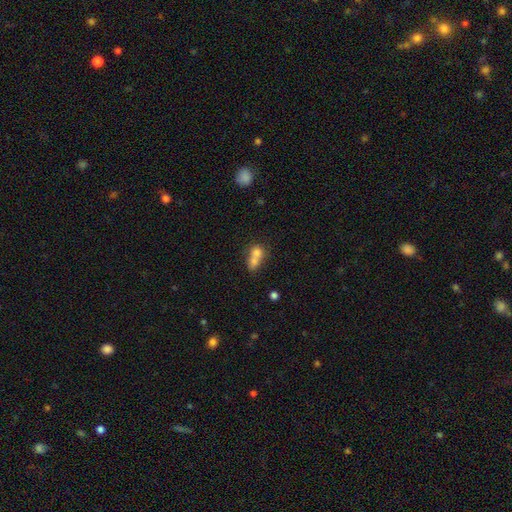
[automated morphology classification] A smooth galaxy with no disk features (71%) that is in between round and cigar-shaped (51%). Merging: merger (70%).